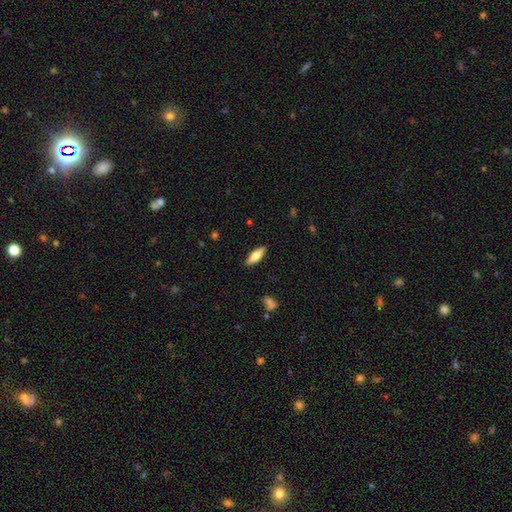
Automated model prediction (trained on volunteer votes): A smooth galaxy with no disk features (66%) that is in between round and cigar-shaped (52%).

Vote fractions:
- Smooth or featured? smooth: 66% / featured or disk: 28% / star or artifact: 6%
- How rounded? in between: 52% / cigar-shaped: 46% / round: 2%
- Merging? none: 88% / minor disturbance: 8% / major disturbance: 2% / merger: 1%